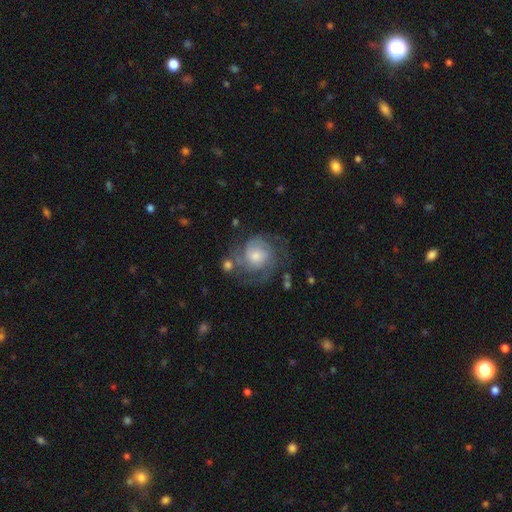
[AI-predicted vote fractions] smooth_or_featured: featured or disk (p=0.78) [alt: smooth p=0.15]
disk_edge_on: no (p=0.98) [alt: yes p=0.02]
bar: no (p=0.72) [alt: weak p=0.25]
has_spiral_arms: yes (p=0.93) [alt: no p=0.07]
spiral_winding: tight (p=0.56) [alt: medium p=0.34]
spiral_arm_count: 2 (p=0.40) [alt: can't tell p=0.25]
bulge_size: moderate (p=0.54) [alt: small p=0.29]
merging: none (p=0.64) [alt: minor disturbance p=0.18]